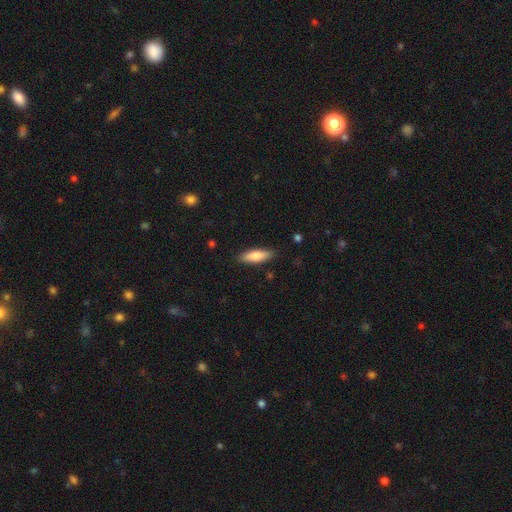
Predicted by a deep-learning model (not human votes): Morphology: type=smooth (79%); roundness=in between (50%); merging=none (87%).